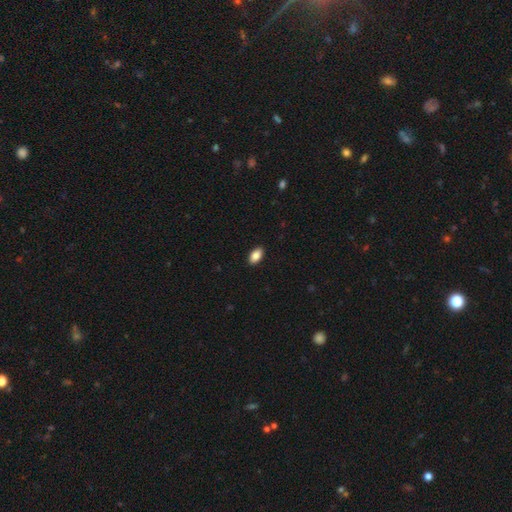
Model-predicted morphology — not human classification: type=smooth (86%); roundness=in between (93%); merging=none (90%).